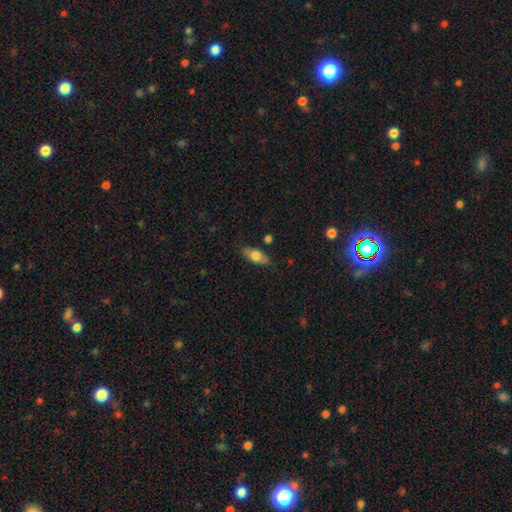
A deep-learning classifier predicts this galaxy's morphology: Smooth or featured? smooth (70%)
How rounded? in between (85%)
Merging? none (76%)